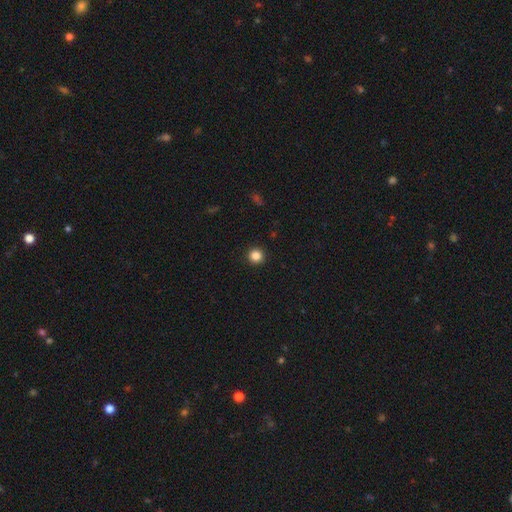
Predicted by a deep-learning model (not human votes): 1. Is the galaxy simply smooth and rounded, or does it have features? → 85% smooth, 12% star or artifact, 4% featured or disk.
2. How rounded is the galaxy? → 95% round, 4% in between, 1% cigar-shaped.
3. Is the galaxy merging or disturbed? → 93% none, 4% minor disturbance, 2% major disturbance, 1% merger.